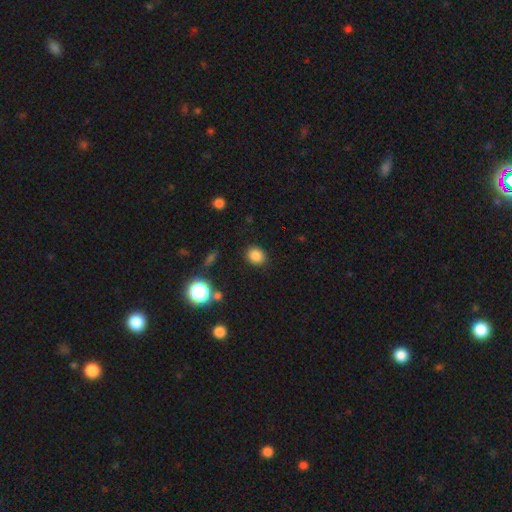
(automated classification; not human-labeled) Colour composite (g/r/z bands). It shows a smooth galaxy with no disk features (84%) that is round (62%). Merging: none (88%).